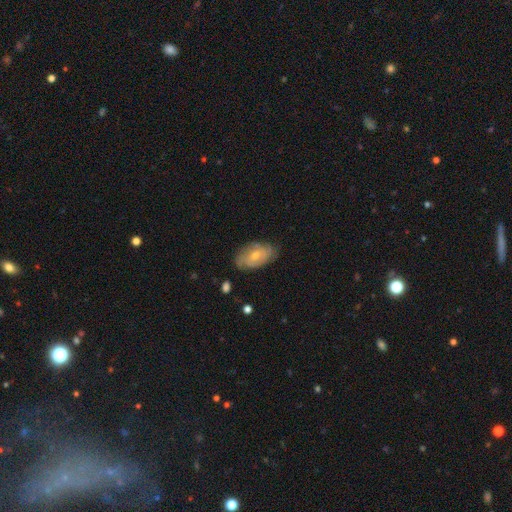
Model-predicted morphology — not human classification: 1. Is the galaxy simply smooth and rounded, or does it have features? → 57% featured or disk, 36% smooth, 6% star or artifact.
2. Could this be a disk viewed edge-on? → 94% no, 6% yes.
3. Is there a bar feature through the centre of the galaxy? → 69% no, 27% weak, 4% strong.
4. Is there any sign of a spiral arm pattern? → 78% yes, 22% no.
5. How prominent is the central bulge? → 50% moderate, 45% small, 2% large, 2% none, 1% dominant.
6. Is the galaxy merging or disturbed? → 71% none, 22% minor disturbance, 5% major disturbance, 2% merger.